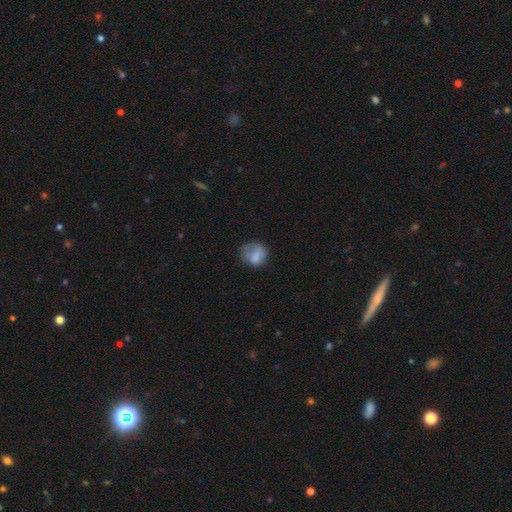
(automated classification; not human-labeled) smooth_or_featured: smooth (p=0.75) [alt: featured or disk p=0.15]
how_rounded: round (p=0.62) [alt: in between p=0.37]
merging: none (p=0.45) [alt: minor disturbance p=0.31]